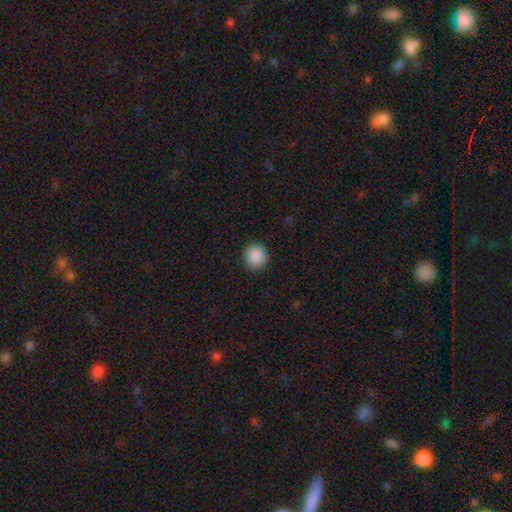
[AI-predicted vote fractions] A smooth galaxy with no disk features (89%) that is round (91%).

Vote fractions:
- Smooth or featured? smooth: 89% / star or artifact: 8% / featured or disk: 3%
- How rounded? round: 91% / in between: 8% / cigar-shaped: 1%
- Merging? none: 91% / minor disturbance: 7% / major disturbance: 2% / merger: 1%